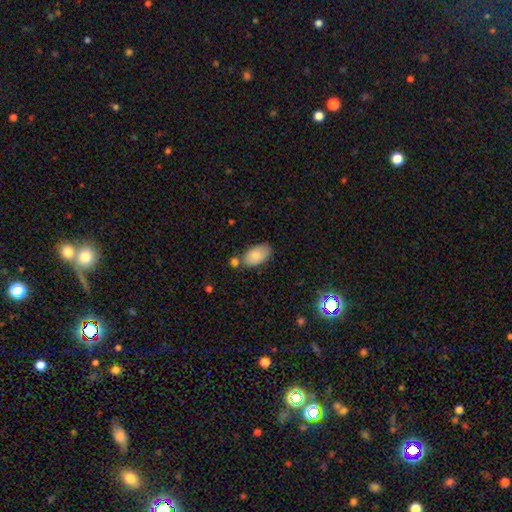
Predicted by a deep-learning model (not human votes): This appears to be a smooth galaxy with no disk features (84%) that is in between round and cigar-shaped (95%). Merging: none (65%).